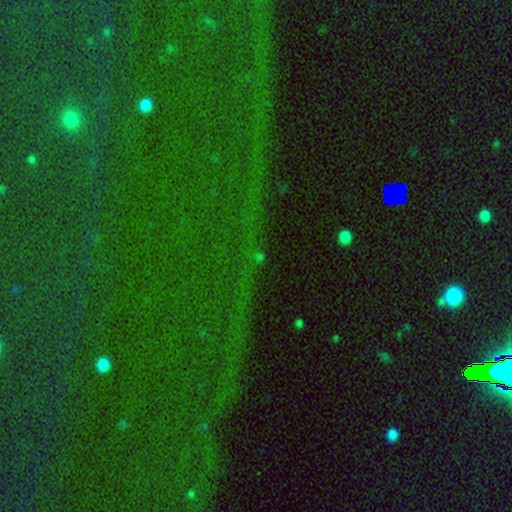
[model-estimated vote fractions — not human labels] star or artifact 76%, smooth 14%, featured or disk 10%.